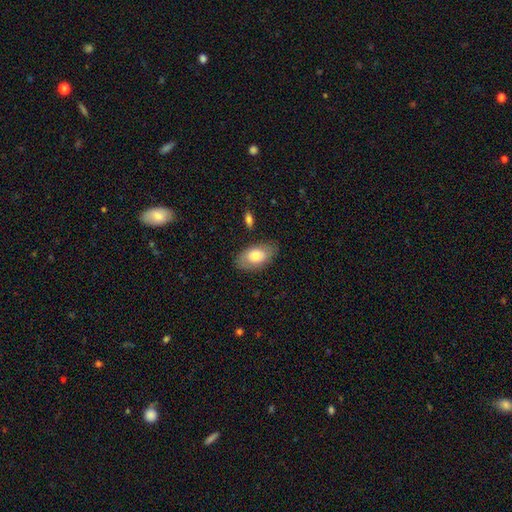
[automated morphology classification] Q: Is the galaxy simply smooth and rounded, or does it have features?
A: smooth — 72%.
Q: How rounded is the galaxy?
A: in between — 92%.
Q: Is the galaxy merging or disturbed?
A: none — 78%.